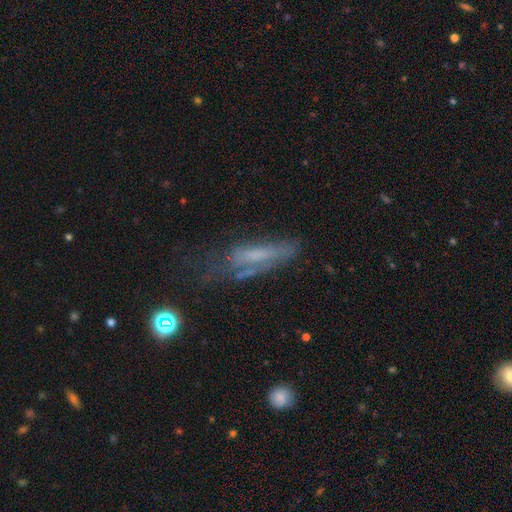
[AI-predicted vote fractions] Overall: smooth (43%, tied with featured or disk). Merging: none (38%; major disturbance 29%).